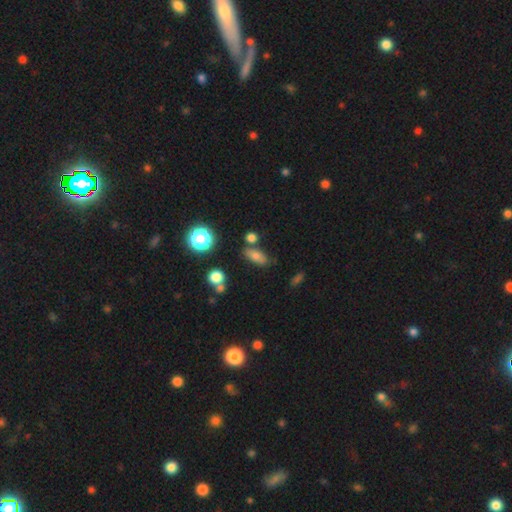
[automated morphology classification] A smooth galaxy with no disk features (71%) that is in between round and cigar-shaped (73%).

Vote fractions:
- Smooth or featured? smooth: 71% / featured or disk: 15% / star or artifact: 14%
- How rounded? in between: 73% / cigar-shaped: 16% / round: 11%
- Merging? none: 70% / minor disturbance: 15% / merger: 11% / major disturbance: 4%